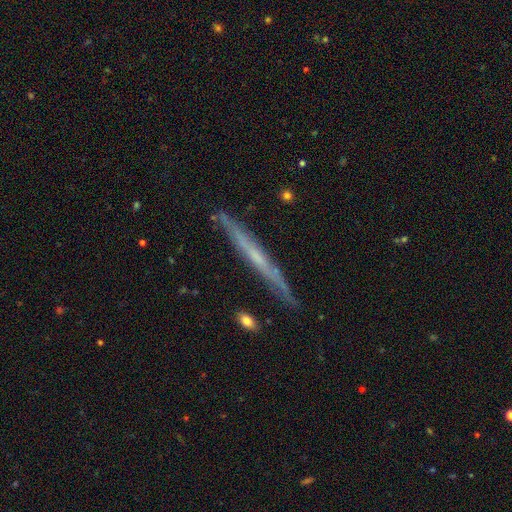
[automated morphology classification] Smooth or featured? Predicted: featured or disk (p=0.66). Edge-on disk? Predicted: yes (p=0.96). Edge-on bulge? Predicted: none (p=0.72). Merging? Predicted: none (p=0.87).